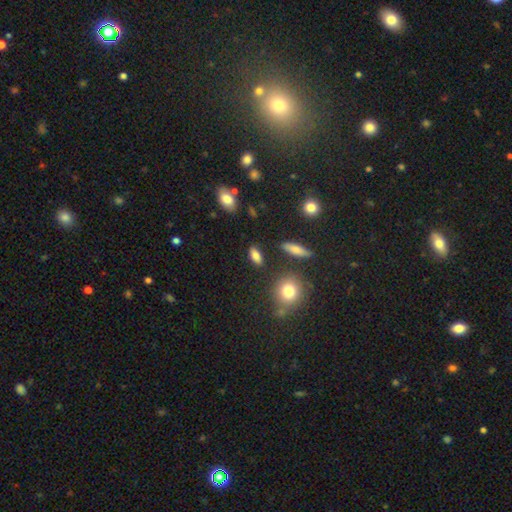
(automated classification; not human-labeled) A smooth galaxy with no disk features (80%) that is in between round and cigar-shaped (79%). Merging: none (84%).